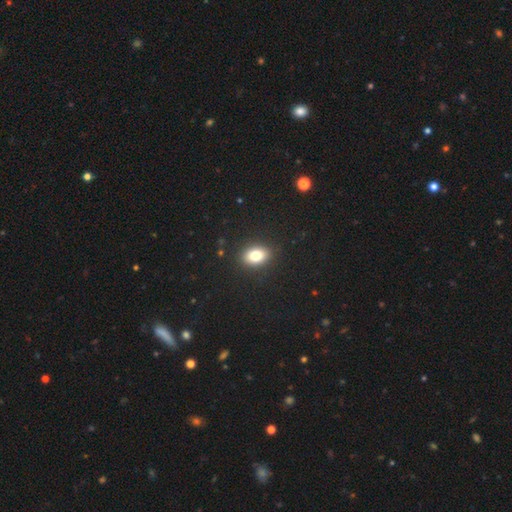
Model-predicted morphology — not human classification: Smooth or featured? Predicted: smooth (p=0.80). How rounded? Predicted: in between (p=0.76). Merging? Predicted: none (p=0.89).